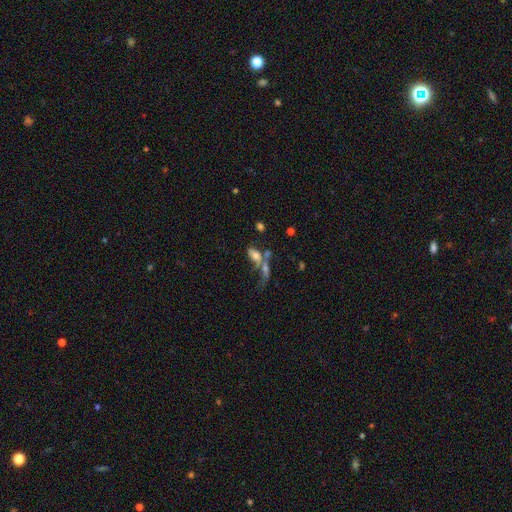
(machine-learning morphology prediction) A smooth galaxy with no disk features (53%) that is in between round and cigar-shaped (77%).

Vote fractions:
- Smooth or featured? smooth: 53% / featured or disk: 34% / star or artifact: 13%
- How rounded? in between: 77% / cigar-shaped: 16% / round: 7%
- Merging? merger: 49% / none: 24% / major disturbance: 15% / minor disturbance: 11%